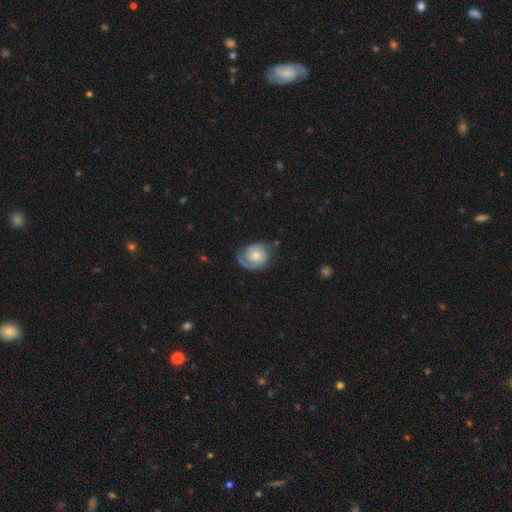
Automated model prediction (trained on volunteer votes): Q: Smooth or featured?
A: featured or disk (71%); runner-up: smooth (23%)
Q: Edge-on disk?
A: no (97%); runner-up: yes (3%)
Q: Bar?
A: no (75%); runner-up: weak (21%)
Q: Spiral arms?
A: yes (91%); runner-up: no (9%)
Q: Spiral winding?
A: tight (53%); runner-up: medium (33%)
Q: Spiral arm count?
A: 2 (59%); runner-up: 1 (20%)
Q: Bulge size?
A: moderate (57%); runner-up: small (34%)
Q: Merging?
A: none (63%); runner-up: minor disturbance (24%)